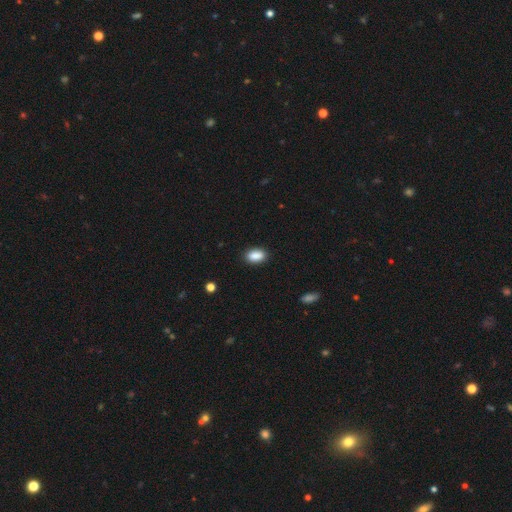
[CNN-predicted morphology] This is clearly a smooth galaxy (89%). How rounded: clearly in between (90%). Merging: clearly none (88%).